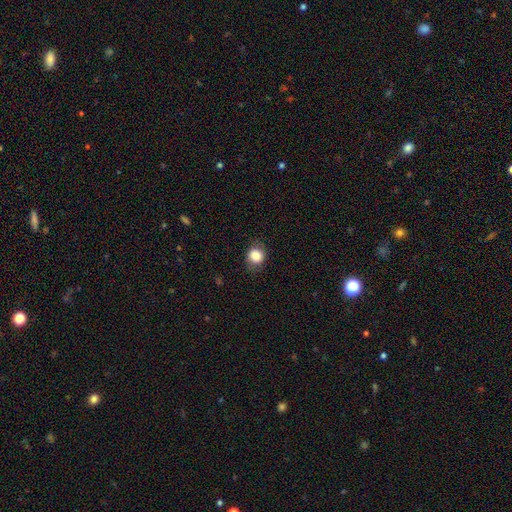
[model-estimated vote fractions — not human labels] Smooth or featured? smooth (83%)
How rounded? round (68%)
Merging? none (80%)